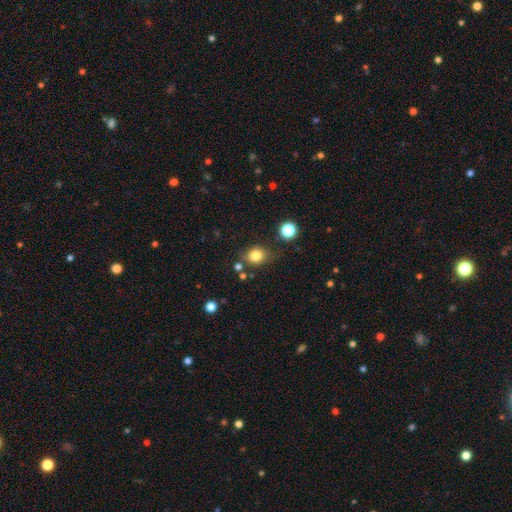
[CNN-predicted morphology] Smooth or featured: smooth — 81% (star or artifact — 12%)
How rounded: round — 61% (in between — 38%)
Merging: none — 72% (minor disturbance — 17%)